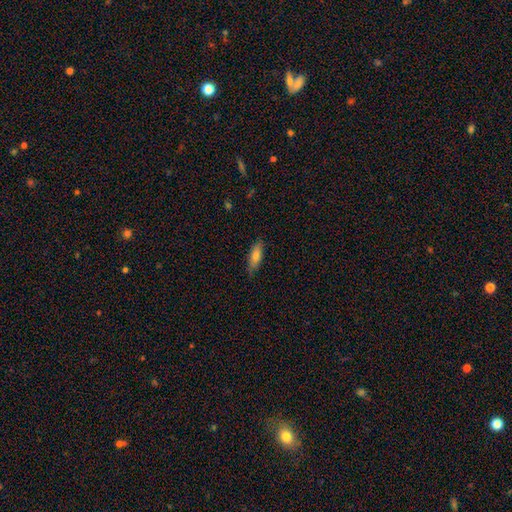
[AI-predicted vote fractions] Smooth or featured? Predicted: smooth (p=0.76). How rounded? Predicted: in between (p=0.58). Merging? Predicted: none (p=0.80).